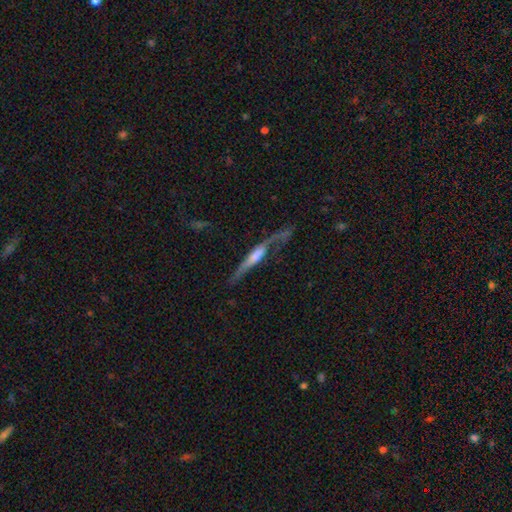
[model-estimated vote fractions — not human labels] Q: Smooth or featured?
A: featured or disk (73%); runner-up: smooth (20%)
Q: Edge-on disk?
A: yes (80%); runner-up: no (20%)
Q: Edge-on bulge?
A: rounded (52%); runner-up: boxy (31%)
Q: Merging?
A: none (46%); runner-up: major disturbance (26%)